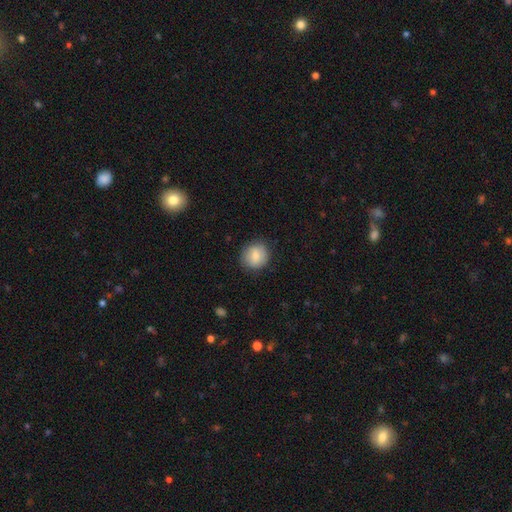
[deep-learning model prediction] Overall: smooth (78%). How rounded: round (85%). Merging: none (84%).